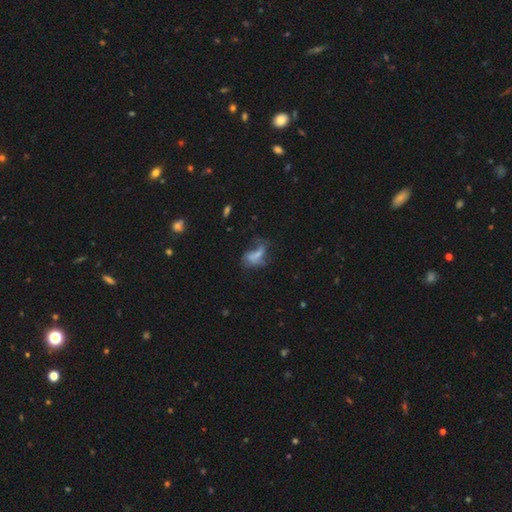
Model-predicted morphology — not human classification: smooth 49%, featured or disk 36%, star or artifact 15%. Down the decision tree: merging — major disturbance (39%).